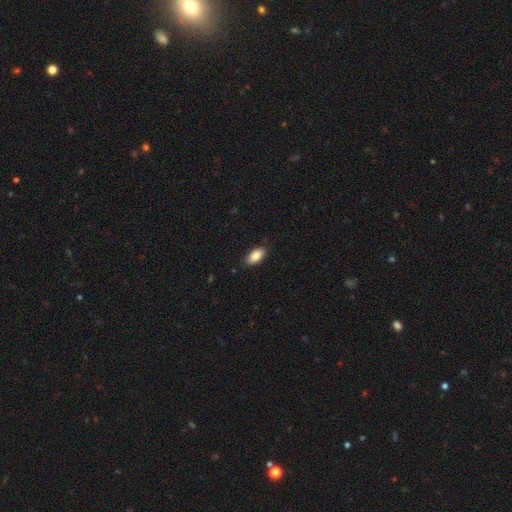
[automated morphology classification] Smooth or featured? Predicted: smooth (p=0.86). How rounded? Predicted: in between (p=0.93). Merging? Predicted: none (p=0.86).